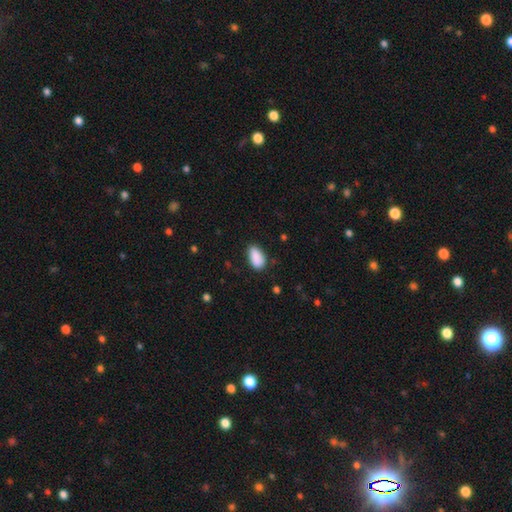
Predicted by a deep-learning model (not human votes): This is clearly a smooth galaxy (90%). How rounded: clearly in between (93%). Merging: clearly none (81%).